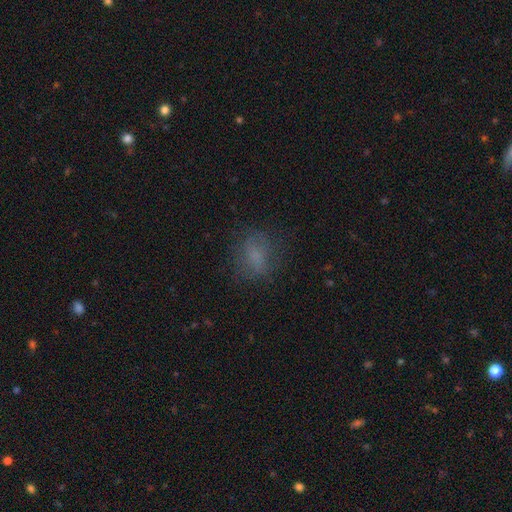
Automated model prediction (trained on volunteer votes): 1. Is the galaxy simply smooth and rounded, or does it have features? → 69% smooth, 16% featured or disk, 15% star or artifact.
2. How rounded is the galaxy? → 56% in between, 41% round, 3% cigar-shaped.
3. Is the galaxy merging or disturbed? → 72% none, 17% minor disturbance, 10% major disturbance, 1% merger.